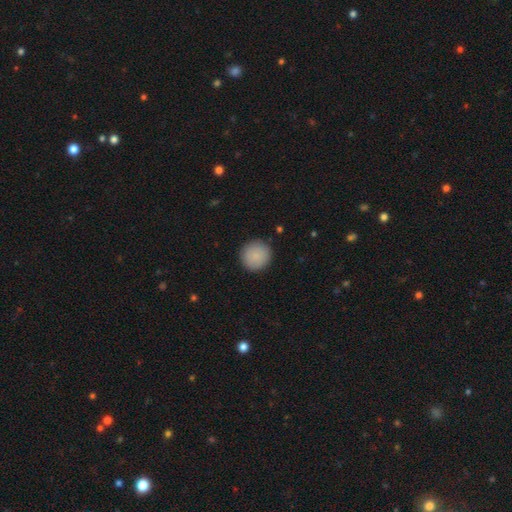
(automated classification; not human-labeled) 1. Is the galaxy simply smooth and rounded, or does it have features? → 88% smooth, 7% star or artifact, 5% featured or disk.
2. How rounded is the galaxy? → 95% round, 4% in between, 1% cigar-shaped.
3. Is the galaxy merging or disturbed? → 90% none, 7% minor disturbance, 2% major disturbance, 1% merger.